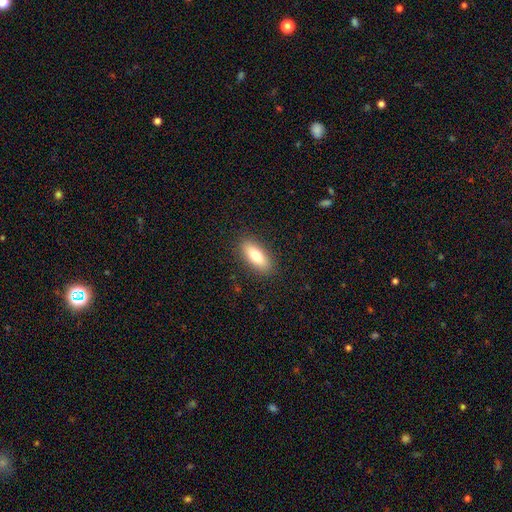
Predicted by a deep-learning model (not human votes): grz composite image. It shows a smooth galaxy with no disk features (75%) that is in between round and cigar-shaped (72%). Merging: none (88%).